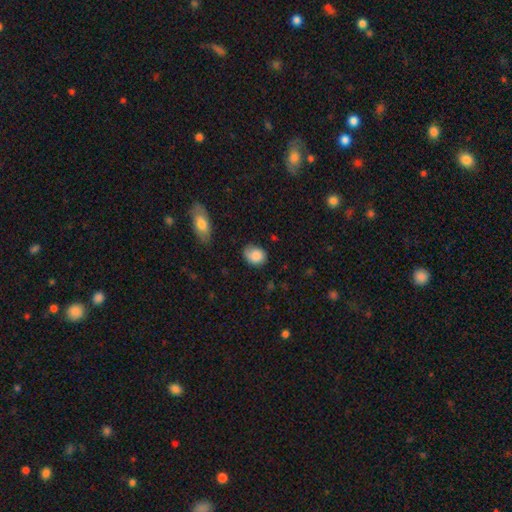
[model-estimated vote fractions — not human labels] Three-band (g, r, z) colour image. It shows a smooth galaxy with no disk features (84%) that is in between round and cigar-shaped (54%). Merging: none (65%).